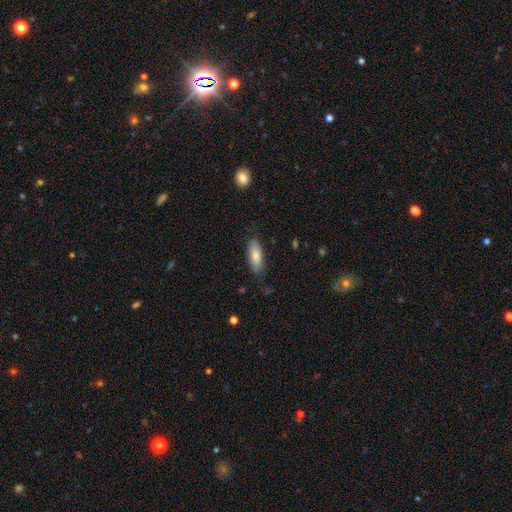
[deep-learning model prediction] A smooth galaxy with no disk features (78%) that is in between round and cigar-shaped (74%).

Vote fractions:
- Smooth or featured? smooth: 78% / featured or disk: 16% / star or artifact: 6%
- How rounded? in between: 74% / cigar-shaped: 24% / round: 2%
- Merging? none: 73% / minor disturbance: 21% / major disturbance: 5% / merger: 1%